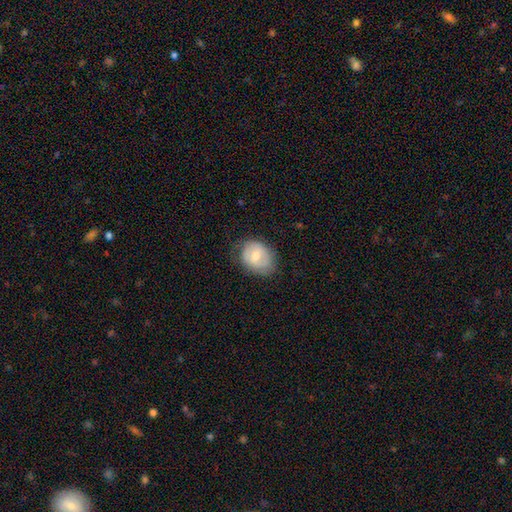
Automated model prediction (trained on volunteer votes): smooth-or-featured: smooth: 59% | featured or disk: 34% | star or artifact: 7%
  how-rounded: in between: 55% | round: 44% | cigar-shaped: 1%
  merging: none: 67% | minor disturbance: 25% | major disturbance: 8% | merger: 1%